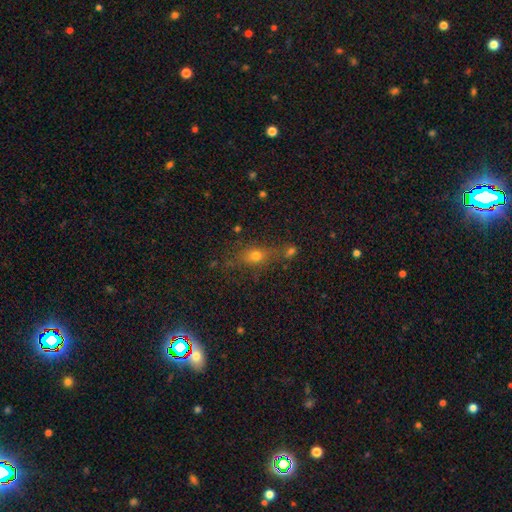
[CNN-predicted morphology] Smooth or featured? Predicted: smooth (p=0.63). How rounded? Predicted: in between (p=0.50). Merging? Predicted: none (p=0.61).